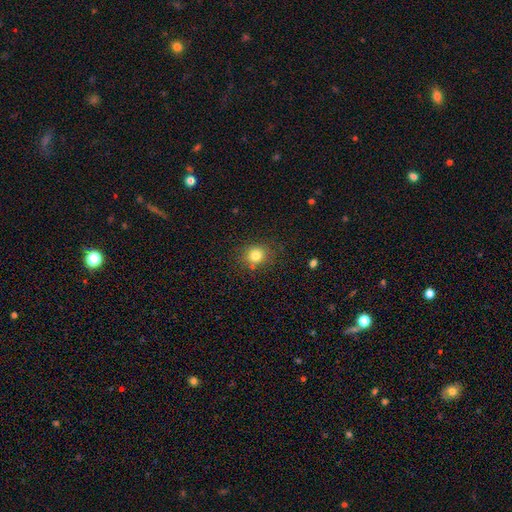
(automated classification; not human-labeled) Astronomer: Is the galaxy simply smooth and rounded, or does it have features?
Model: smooth — 80%.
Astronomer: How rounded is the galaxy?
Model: round — 80%.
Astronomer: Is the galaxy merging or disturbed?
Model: none — 79%.